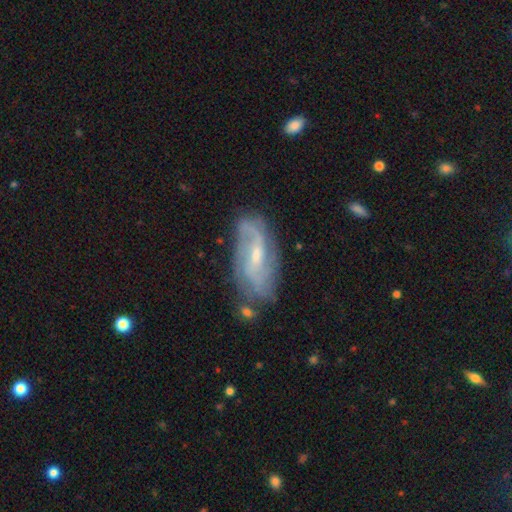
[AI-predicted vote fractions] smooth-or-featured: featured or disk: 80% | smooth: 13% | star or artifact: 6%
  disk-edge-on: no: 92% | yes: 8%
    bar: weak: 52% | no: 29% | strong: 19%
    has-spiral-arms: yes: 92% | no: 8%
      spiral-winding: medium: 40% | loose: 33% | tight: 27%
      spiral-arm-count: 2: 56% | can't tell: 22% | 3: 10% | 1: 5% | 4: 4% | more than 4: 3%
    bulge-size: small: 58% | moderate: 37% | none: 3% | large: 2% | dominant: 1%
  merging: none: 69% | minor disturbance: 20% | major disturbance: 7% | merger: 4%